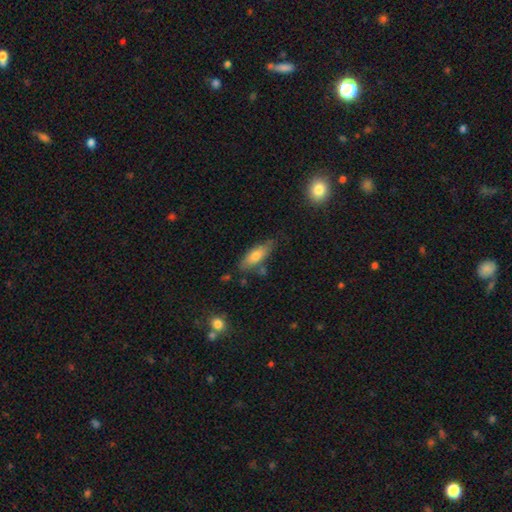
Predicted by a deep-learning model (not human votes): This is likely a smooth galaxy (69%). How rounded: possibly in between (58%). Merging: likely none (69%).